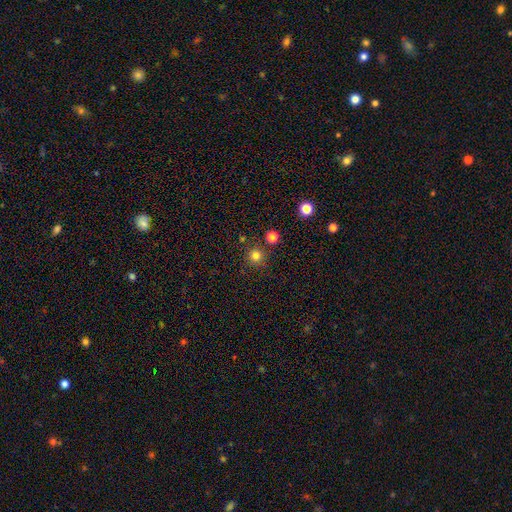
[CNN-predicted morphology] smooth 79%, star or artifact 16%, featured or disk 5%. Down the decision tree: how rounded — round (95%); merging — none (85%).